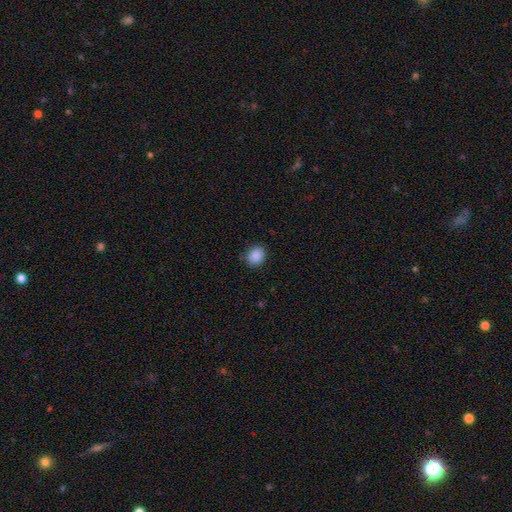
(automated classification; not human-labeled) Q: Smooth or featured?
A: smooth (88%); runner-up: star or artifact (9%)
Q: How rounded?
A: round (68%); runner-up: in between (31%)
Q: Merging?
A: none (85%); runner-up: minor disturbance (12%)